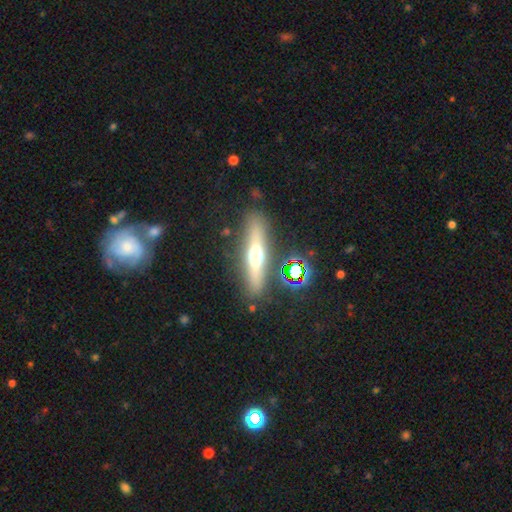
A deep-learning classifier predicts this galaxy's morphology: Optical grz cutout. It shows a featured or disk galaxy (50%) viewed edge-on (86%). Merging: none (85%).